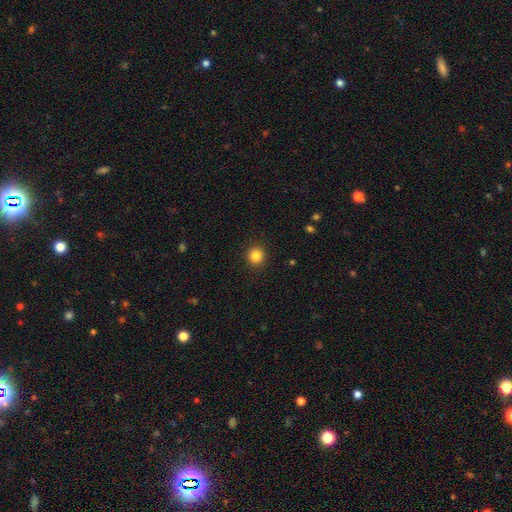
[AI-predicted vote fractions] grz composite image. It shows a smooth galaxy with no disk features (84%) that is round (90%). Merging: none (92%).